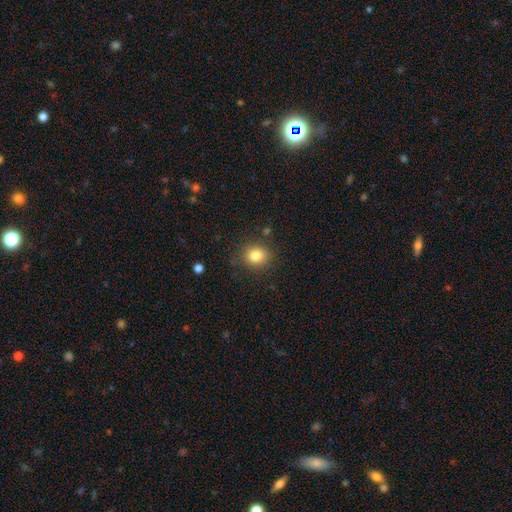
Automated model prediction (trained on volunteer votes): This appears to be a smooth galaxy with no disk features (81%) that is round (76%). Merging: none (84%).